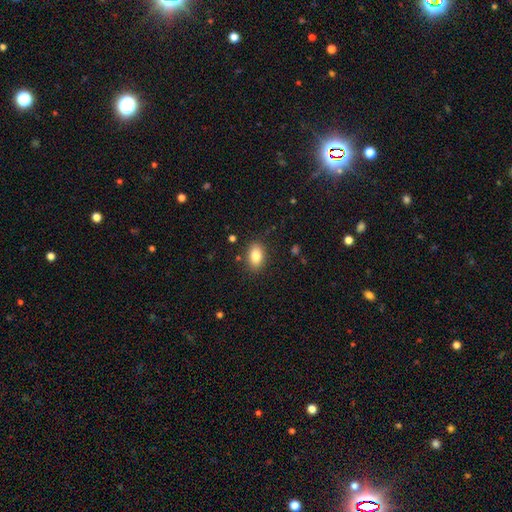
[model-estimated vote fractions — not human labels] Smooth or featured? smooth (84%)
How rounded? in between (87%)
Merging? none (86%)